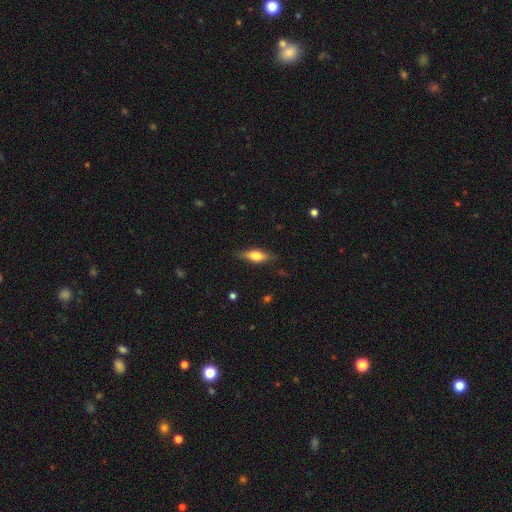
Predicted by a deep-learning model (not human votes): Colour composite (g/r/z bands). It shows a smooth galaxy with no disk features (54%) that is in between round and cigar-shaped (60%). Merging: none (80%).